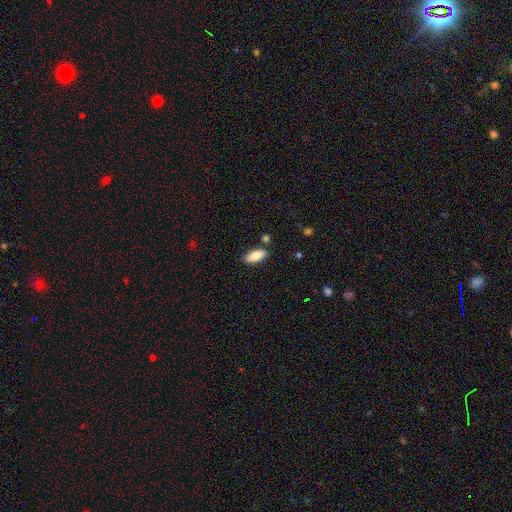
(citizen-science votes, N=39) A smooth galaxy with no disk features (87%) that is in between round and cigar-shaped (82%). Merging: none (86%).